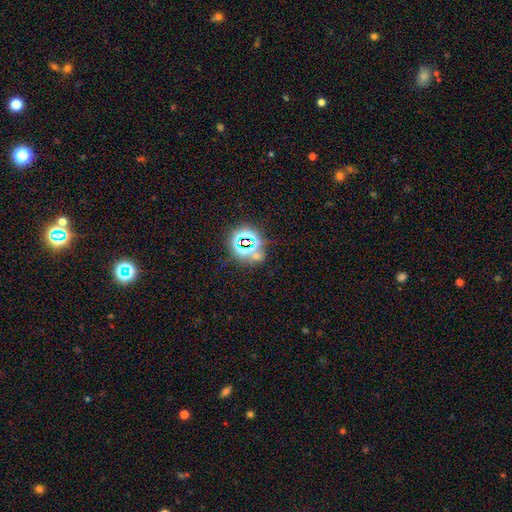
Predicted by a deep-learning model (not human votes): smooth_or_featured: star or artifact (p=0.68) [alt: smooth p=0.23]